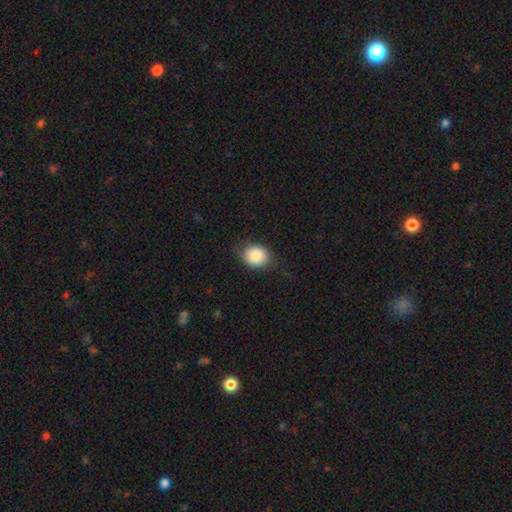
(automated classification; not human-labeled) Smooth or featured?
  - smooth: 85% *
  - star or artifact: 8%
  - featured or disk: 7%
How rounded?
  - round: 58% *
  - in between: 41%
  - cigar-shaped: 1%
Merging?
  - none: 77% *
  - minor disturbance: 17%
  - major disturbance: 5%
  - merger: 1%